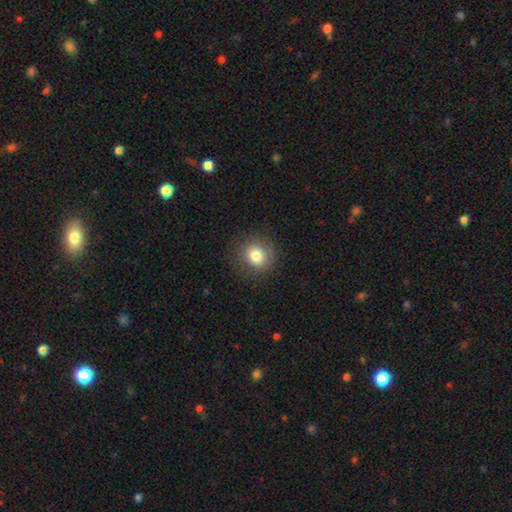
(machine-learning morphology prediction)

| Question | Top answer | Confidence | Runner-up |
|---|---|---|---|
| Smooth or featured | smooth | 81% | star or artifact (10%) |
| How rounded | round | 85% | in between (14%) |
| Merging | none | 85% | minor disturbance (10%) |